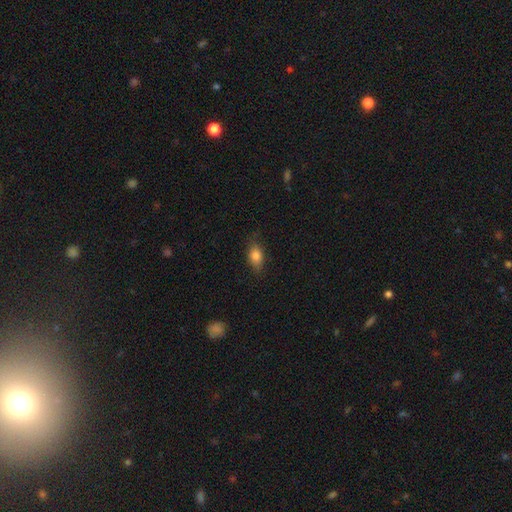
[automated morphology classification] Smooth or featured?
  - smooth: 82% *
  - featured or disk: 9%
  - star or artifact: 9%
How rounded?
  - in between: 82% *
  - round: 13%
  - cigar-shaped: 5%
Merging?
  - none: 78% *
  - minor disturbance: 17%
  - major disturbance: 4%
  - merger: 1%